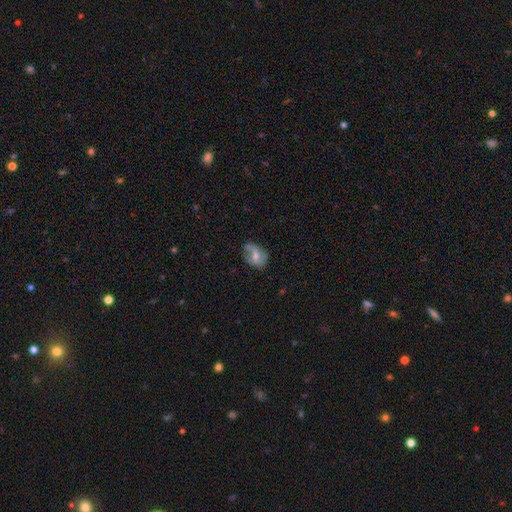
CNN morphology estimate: smooth_or_featured: featured or disk (p=0.55) [alt: smooth p=0.37]
disk_edge_on: no (p=0.96) [alt: yes p=0.04]
bar: weak (p=0.45) [alt: no p=0.38]
has_spiral_arms: yes (p=0.72) [alt: no p=0.28]
bulge_size: moderate (p=0.50) [alt: small p=0.35]
merging: none (p=0.52) [alt: minor disturbance p=0.29]